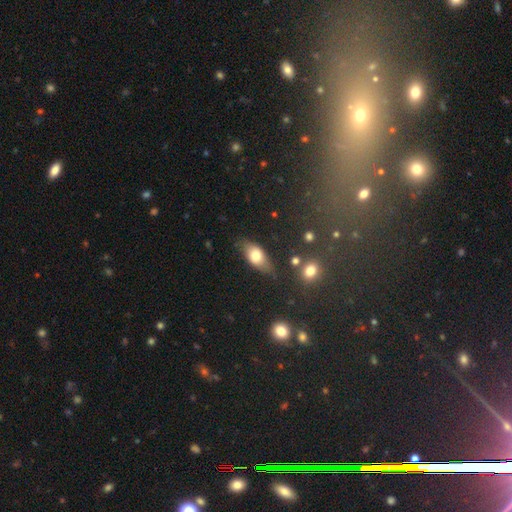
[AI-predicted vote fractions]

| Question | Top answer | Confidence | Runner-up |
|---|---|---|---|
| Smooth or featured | smooth | 72% | featured or disk (21%) |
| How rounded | in between | 85% | cigar-shaped (9%) |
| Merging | none | 68% | minor disturbance (23%) |